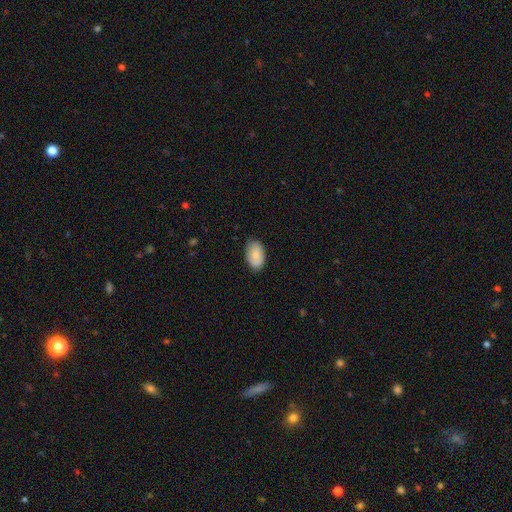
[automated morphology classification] Smooth or featured? Predicted: smooth (p=0.85). How rounded? Predicted: in between (p=0.93). Merging? Predicted: none (p=0.79).